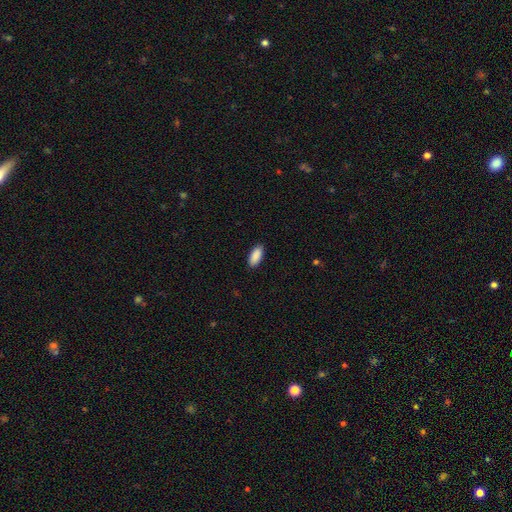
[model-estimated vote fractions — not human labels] smooth_or_featured: smooth (p=0.91) [alt: star or artifact p=0.06]
how_rounded: in between (p=0.88) [alt: cigar-shaped p=0.10]
merging: none (p=0.90) [alt: minor disturbance p=0.08]